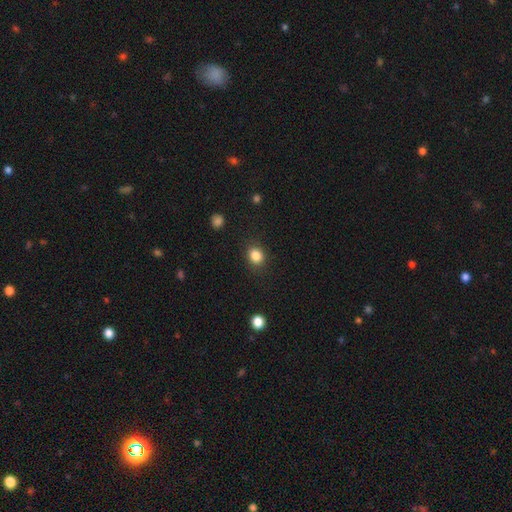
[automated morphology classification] Smooth or featured? smooth (85%)
How rounded? round (68%)
Merging? none (87%)